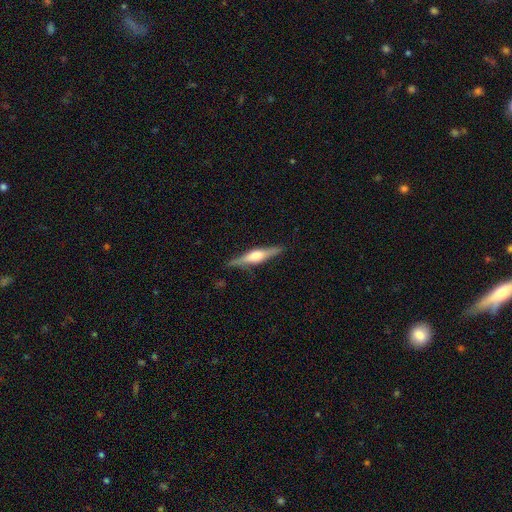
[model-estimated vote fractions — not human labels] Morphology: type=featured or disk (69%); edge-on=yes (97%); edge-on bulge=rounded (82%); merging=none (86%).